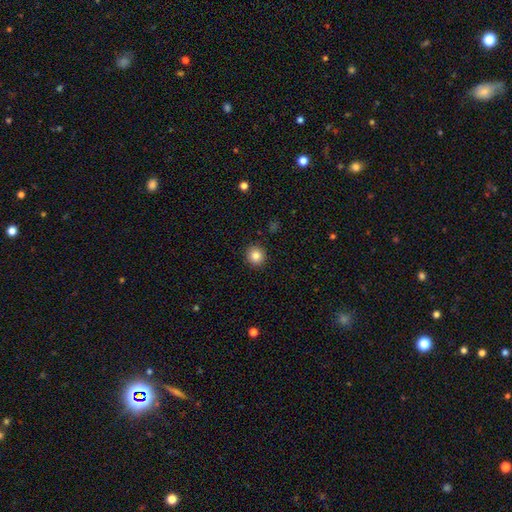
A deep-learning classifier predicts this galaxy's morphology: Overall: smooth (85%). How rounded: round (91%). Merging: none (92%).